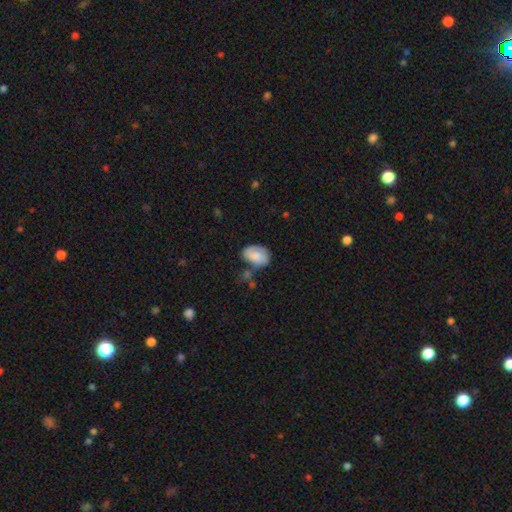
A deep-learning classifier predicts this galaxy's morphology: Q: Smooth or featured?
A: smooth (73%); runner-up: featured or disk (20%)
Q: How rounded?
A: in between (81%); runner-up: round (18%)
Q: Merging?
A: none (49%); runner-up: minor disturbance (29%)